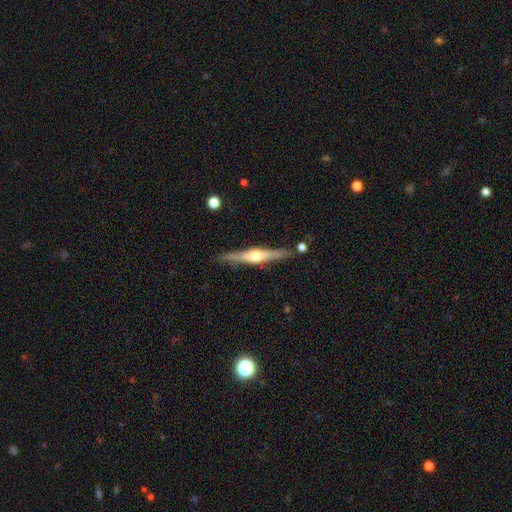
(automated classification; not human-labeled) Morphology: type=featured or disk (76%); edge-on=yes (98%); edge-on bulge=rounded (93%); merging=none (88%).